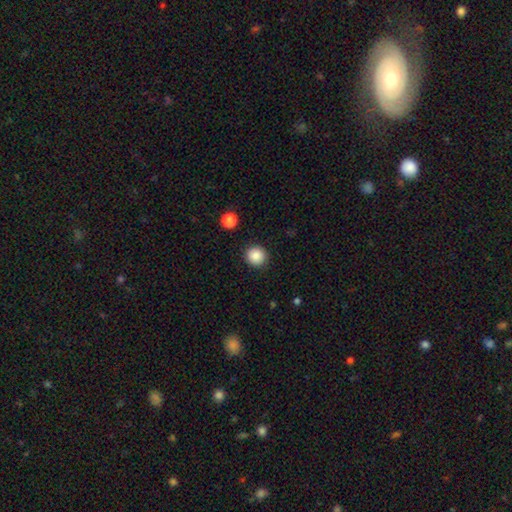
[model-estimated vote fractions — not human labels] smooth 87%, star or artifact 9%, featured or disk 4%. Down the decision tree: how rounded — round (93%); merging — none (91%).